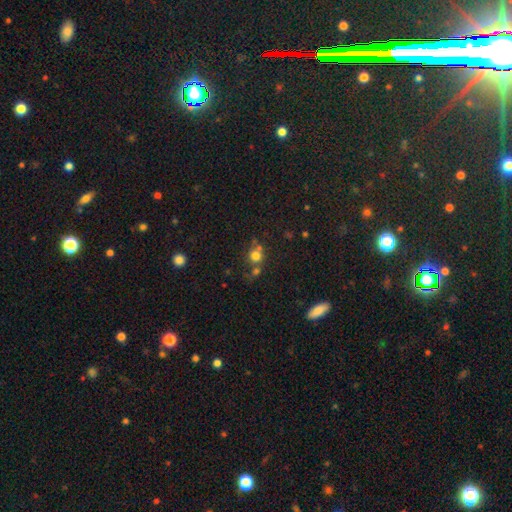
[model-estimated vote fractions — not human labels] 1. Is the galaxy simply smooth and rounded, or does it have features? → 73% smooth, 17% star or artifact, 11% featured or disk.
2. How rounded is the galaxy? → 87% round, 12% in between, 1% cigar-shaped.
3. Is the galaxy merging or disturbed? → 55% none, 30% merger, 10% minor disturbance, 5% major disturbance.